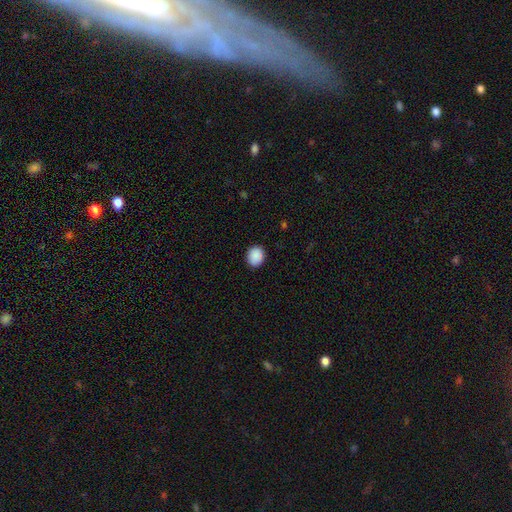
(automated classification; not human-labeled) Smooth or featured: smooth — 89% (star or artifact — 8%)
How rounded: round — 68% (in between — 31%)
Merging: none — 87% (minor disturbance — 10%)